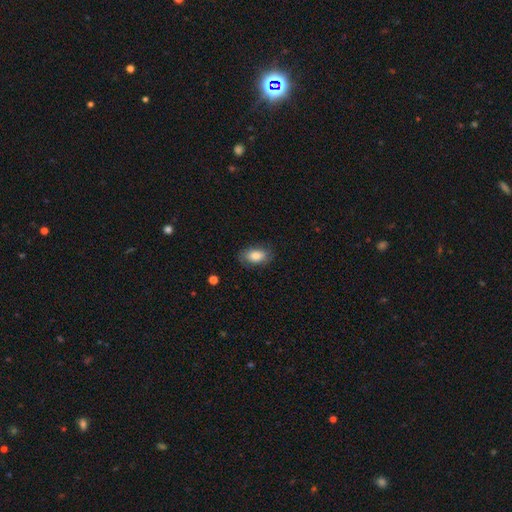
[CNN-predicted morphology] The model was most divided on "merging": none: 80%, minor disturbance: 15%, major disturbance: 4%, merger: 1%. More confident: how rounded — in between (91%); smooth or featured — smooth (83%).